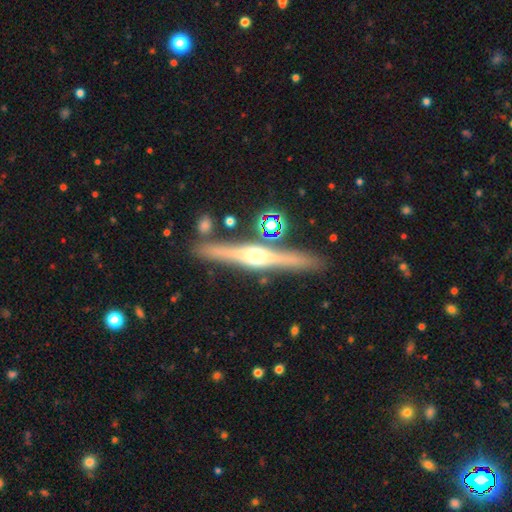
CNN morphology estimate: Smooth or featured?
  - featured or disk: 78% *
  - smooth: 15%
  - star or artifact: 7%
Edge-on disk?
  - yes: 97% *
  - no: 3%
Edge-on bulge?
  - rounded: 92% *
  - boxy: 5%
  - none: 3%
Merging?
  - none: 85% *
  - minor disturbance: 9%
  - merger: 4%
  - major disturbance: 2%